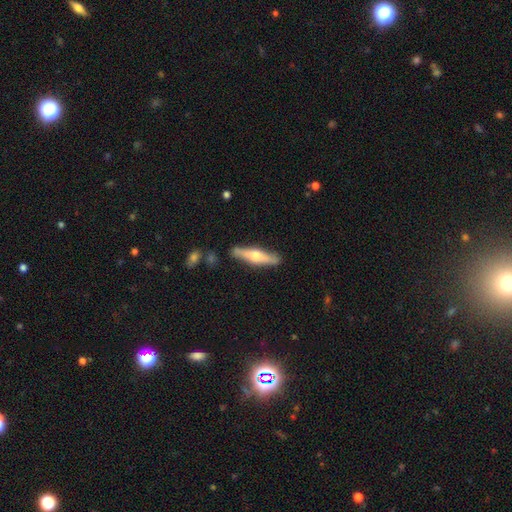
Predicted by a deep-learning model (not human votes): This appears to be a featured or disk galaxy (57%) viewed edge-on (93%) with a rounded central bulge (91%). Merging: none (83%).